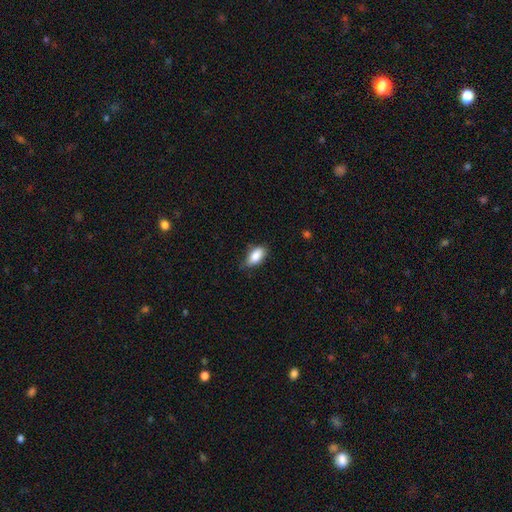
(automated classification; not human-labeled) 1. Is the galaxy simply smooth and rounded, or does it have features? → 86% smooth, 7% star or artifact, 7% featured or disk.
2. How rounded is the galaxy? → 90% in between, 6% cigar-shaped, 4% round.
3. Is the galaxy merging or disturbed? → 63% none, 30% minor disturbance, 5% major disturbance, 1% merger.